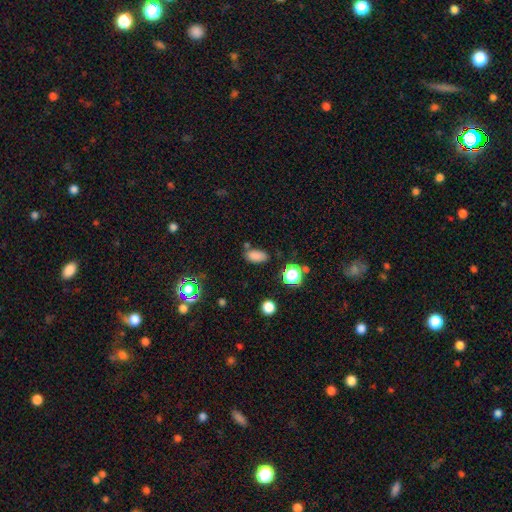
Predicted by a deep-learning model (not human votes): A smooth galaxy with no disk features (81%) that is in between round and cigar-shaped (88%).

Vote fractions:
- Smooth or featured? smooth: 81% / star or artifact: 15% / featured or disk: 5%
- How rounded? in between: 88% / round: 8% / cigar-shaped: 4%
- Merging? none: 73% / minor disturbance: 15% / merger: 7% / major disturbance: 4%